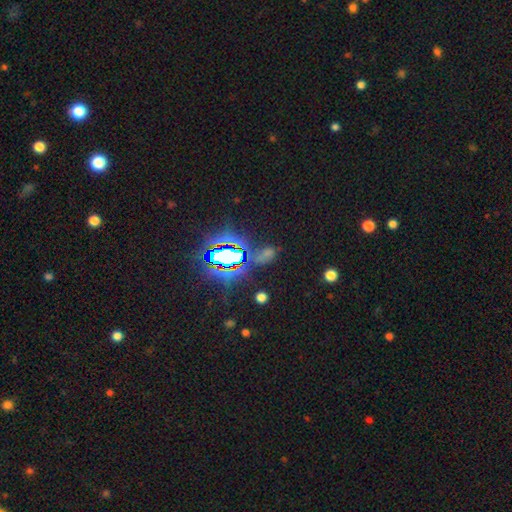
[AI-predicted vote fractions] The model was most divided on "smooth or featured": star or artifact: 72%, smooth: 18%, featured or disk: 10%.